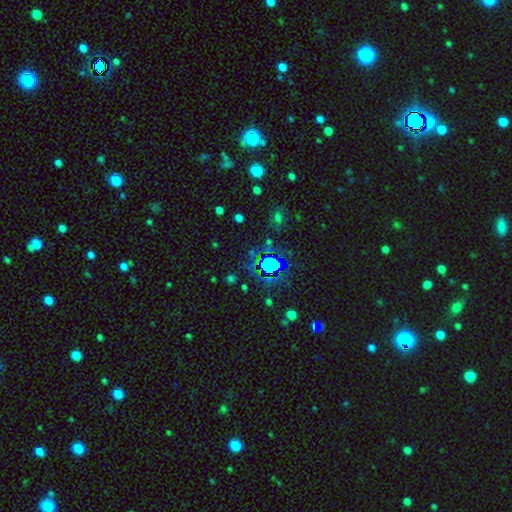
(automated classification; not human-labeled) Morphology: type=star or artifact (64%).